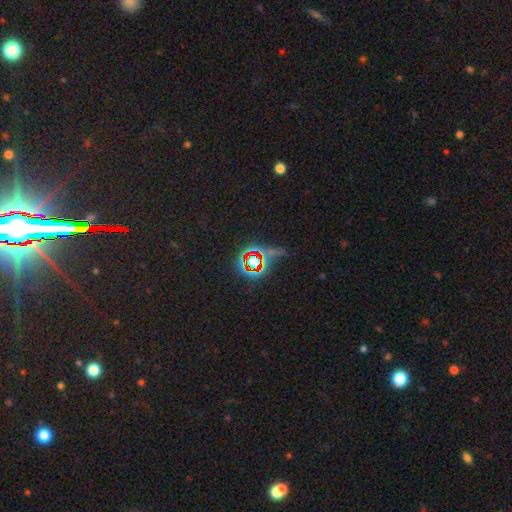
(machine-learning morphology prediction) type=star or artifact (61%).